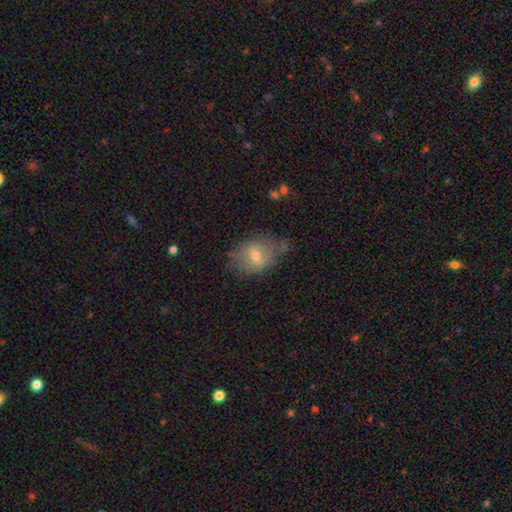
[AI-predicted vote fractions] Q: Smooth or featured?
A: smooth (58%); runner-up: featured or disk (33%)
Q: How rounded?
A: in between (67%); runner-up: round (31%)
Q: Merging?
A: none (58%); runner-up: minor disturbance (28%)